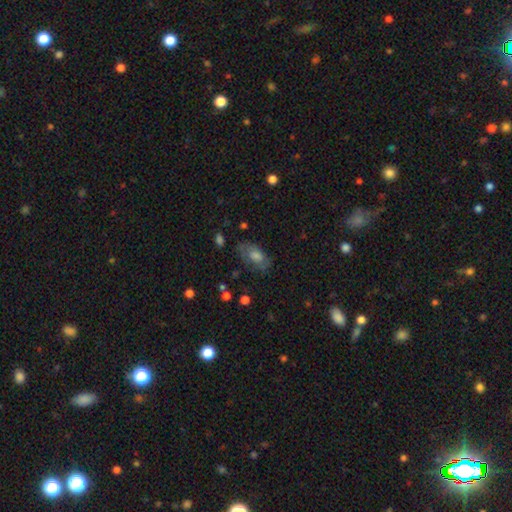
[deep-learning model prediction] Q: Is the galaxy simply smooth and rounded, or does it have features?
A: smooth — 54%.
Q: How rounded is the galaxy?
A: in between — 88%.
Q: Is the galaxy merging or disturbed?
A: none — 70%.